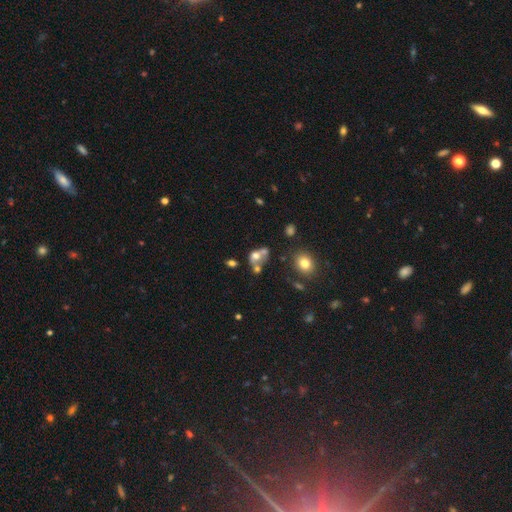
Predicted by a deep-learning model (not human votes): This is possibly a smooth galaxy (60%). How rounded: possibly round (49%, tied with in between). Merging: possibly merger (54%).